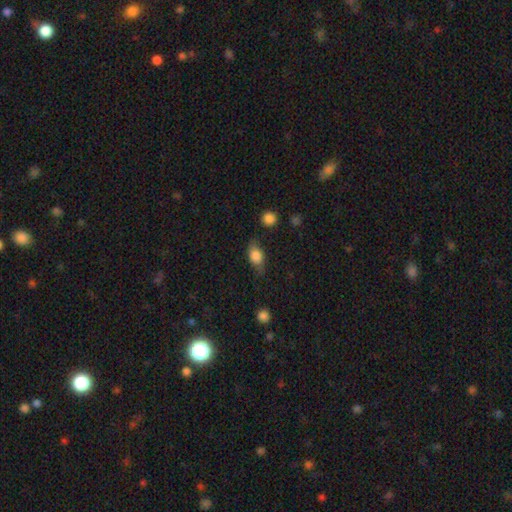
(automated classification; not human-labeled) smooth_or_featured: smooth (p=0.75) [alt: featured or disk p=0.17]
how_rounded: in between (p=0.78) [alt: round p=0.15]
merging: none (p=0.66) [alt: minor disturbance p=0.24]